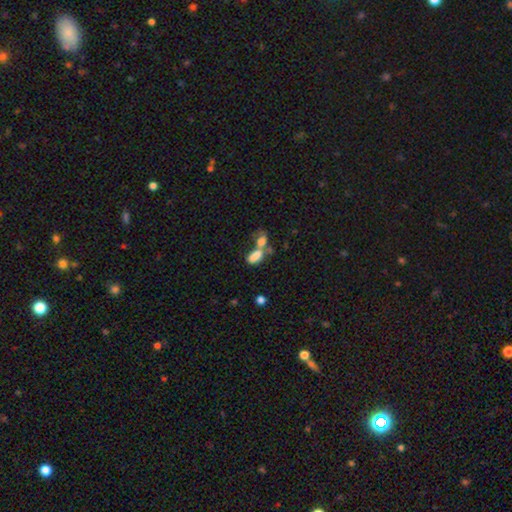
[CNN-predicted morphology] Smooth or featured: smooth — 75% (featured or disk — 15%)
How rounded: in between — 87% (round — 8%)
Merging: merger — 65% (none — 19%)